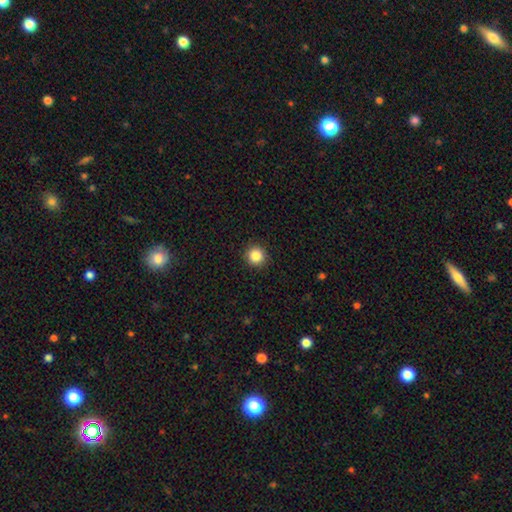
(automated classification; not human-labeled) smooth_or_featured: smooth (p=0.86) [alt: star or artifact p=0.10]
how_rounded: round (p=0.95) [alt: in between p=0.05]
merging: none (p=0.92) [alt: minor disturbance p=0.05]